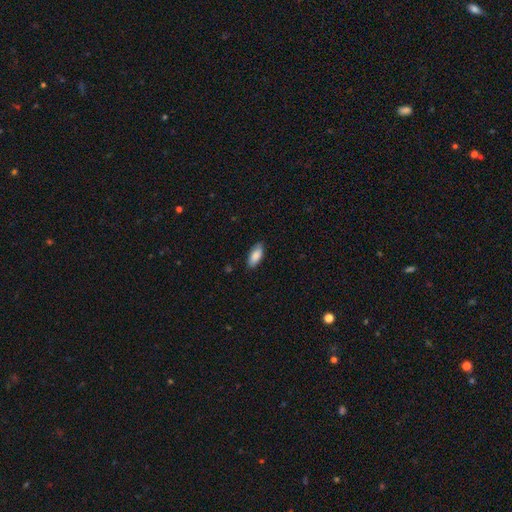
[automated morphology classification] This is clearly a smooth galaxy (87%). How rounded: clearly in between (85%). Merging: clearly none (82%).